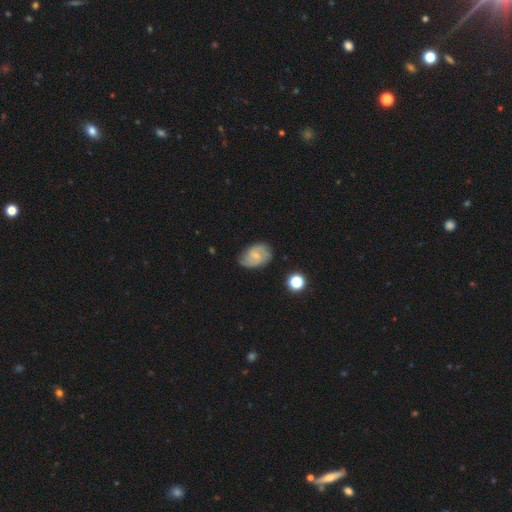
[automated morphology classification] featured or disk 63%, smooth 30%, star or artifact 8%. Down the decision tree: edge-on disk — no (97%); bar — weak (55%); spiral arms — yes (90%); spiral arm count — 2 (66%); spiral winding — medium (47%); bulge size — small (64%); merging — none (71%).